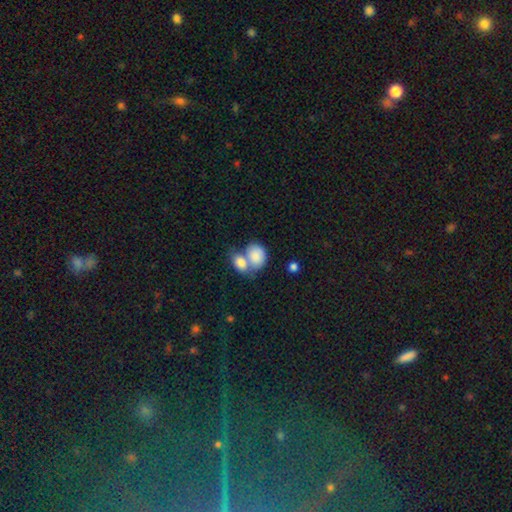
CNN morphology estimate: Q: Smooth or featured?
A: smooth (82%); runner-up: featured or disk (11%)
Q: How rounded?
A: in between (68%); runner-up: round (30%)
Q: Merging?
A: merger (63%); runner-up: none (23%)